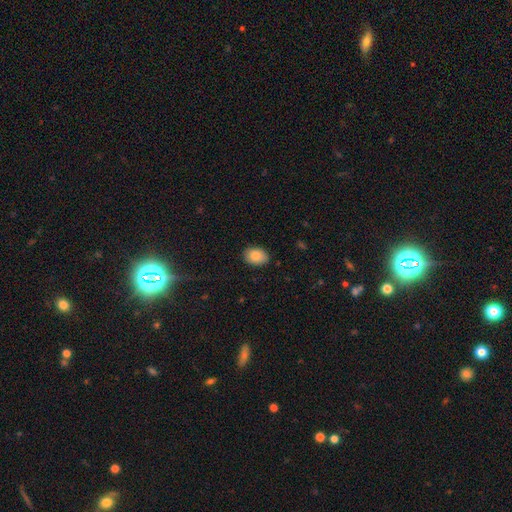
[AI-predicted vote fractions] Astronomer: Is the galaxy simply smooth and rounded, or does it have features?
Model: smooth — 84%.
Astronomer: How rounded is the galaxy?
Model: in between — 78%.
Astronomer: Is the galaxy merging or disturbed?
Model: none — 87%.